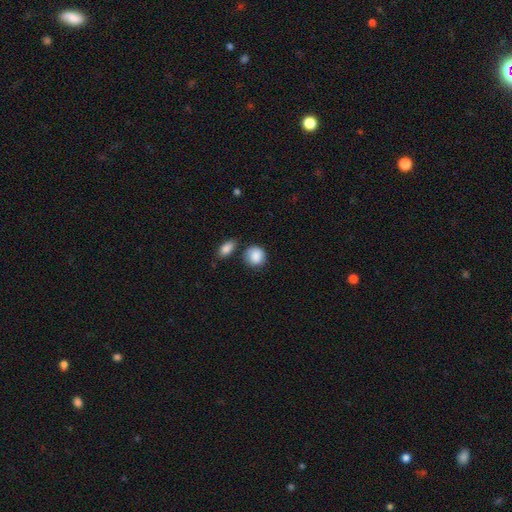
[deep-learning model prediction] Q: Smooth or featured?
A: smooth (88%); runner-up: star or artifact (7%)
Q: How rounded?
A: round (82%); runner-up: in between (17%)
Q: Merging?
A: none (65%); runner-up: minor disturbance (20%)